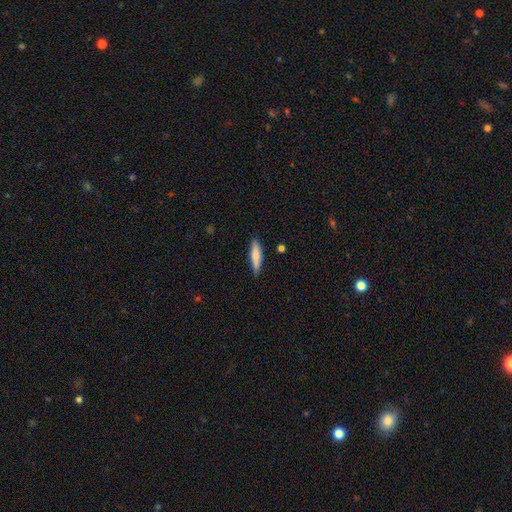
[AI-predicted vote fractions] Smooth or featured?
  - smooth: 73% *
  - featured or disk: 22%
  - star or artifact: 6%
How rounded?
  - cigar-shaped: 83% *
  - in between: 16%
  - round: 2%
Merging?
  - none: 86% *
  - minor disturbance: 10%
  - major disturbance: 2%
  - merger: 2%